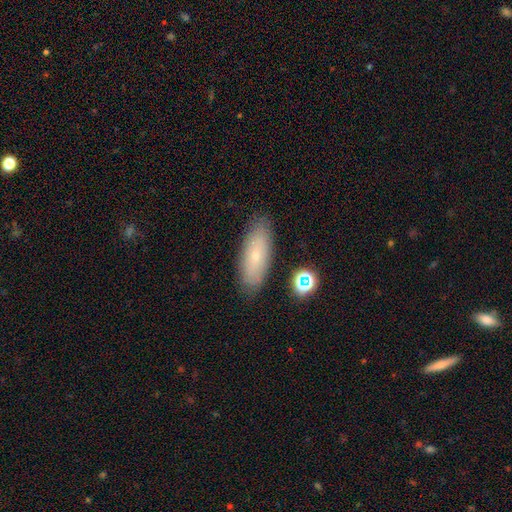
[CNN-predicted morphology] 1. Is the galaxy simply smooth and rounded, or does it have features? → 62% smooth, 29% featured or disk, 9% star or artifact.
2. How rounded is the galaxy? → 69% in between, 27% cigar-shaped, 3% round.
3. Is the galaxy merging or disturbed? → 84% none, 11% minor disturbance, 3% major disturbance, 2% merger.